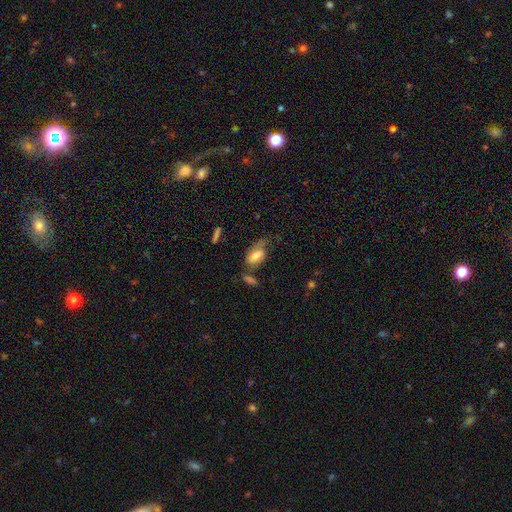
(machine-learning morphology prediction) This is possibly a smooth galaxy (56%). How rounded: clearly in between (89%). Merging: marginally none (40%).